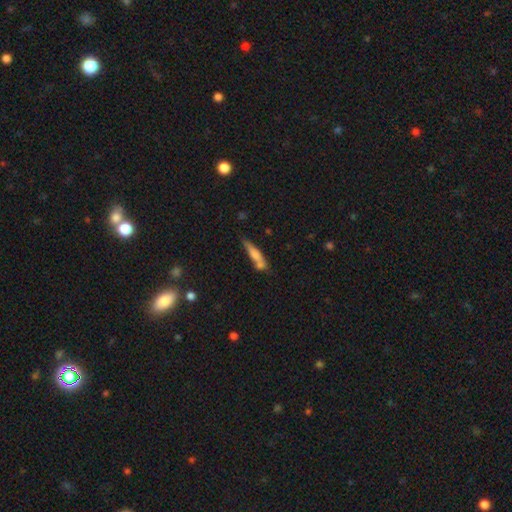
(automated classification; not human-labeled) Q: Smooth or featured?
A: smooth (65%); runner-up: featured or disk (28%)
Q: How rounded?
A: cigar-shaped (82%); runner-up: in between (16%)
Q: Merging?
A: none (53%); runner-up: minor disturbance (21%)